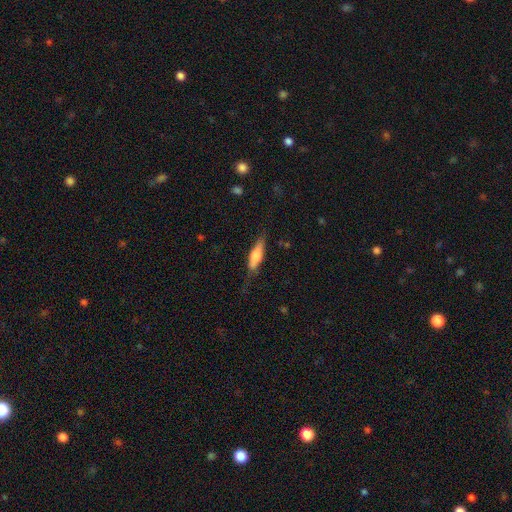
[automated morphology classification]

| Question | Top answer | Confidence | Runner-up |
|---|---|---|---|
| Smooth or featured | smooth | 63% | featured or disk (31%) |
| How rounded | cigar-shaped | 58% | in between (40%) |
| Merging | none | 62% | minor disturbance (26%) |